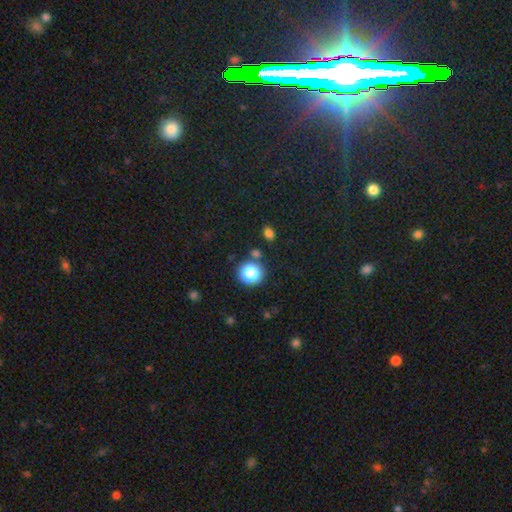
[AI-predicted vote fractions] This appears to be a smooth galaxy with no disk features (79%) that is round (91%). Merging: none (86%).